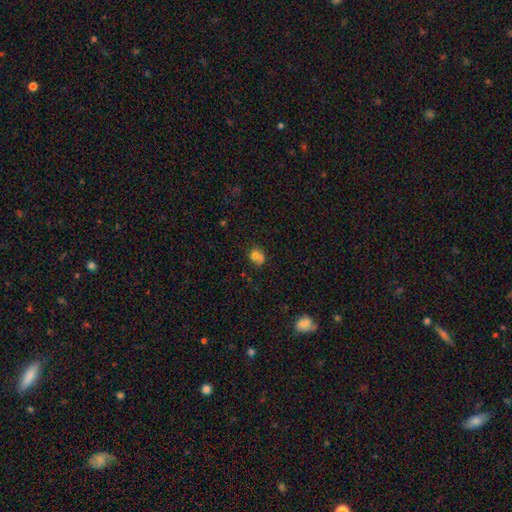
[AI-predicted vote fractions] Smooth or featured? Predicted: smooth (p=0.70). How rounded? Predicted: round (p=0.67). Merging? Predicted: none (p=0.42).